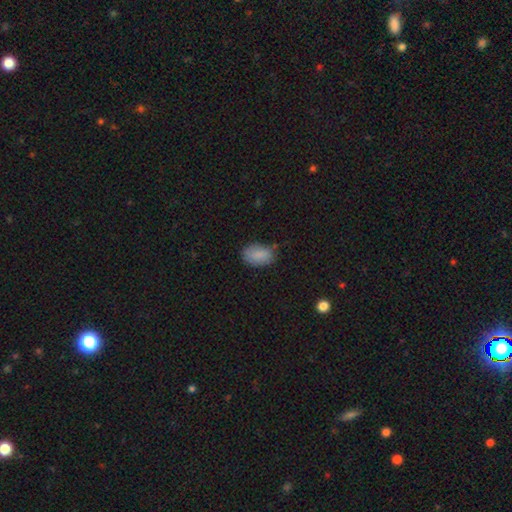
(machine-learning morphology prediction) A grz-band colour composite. It shows a smooth galaxy with no disk features (85%) that is in between round and cigar-shaped (90%). Merging: none (69%).